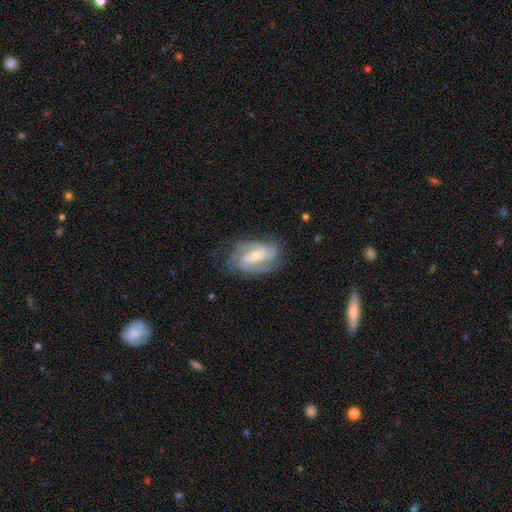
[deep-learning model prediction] featured or disk 85%, smooth 9%, star or artifact 5%. Down the decision tree: edge-on disk — no (97%); bar — weak (43%); spiral arms — yes (96%); spiral arm count — 2 (45%); spiral winding — tight (48%); bulge size — small (48%); merging — none (73%).